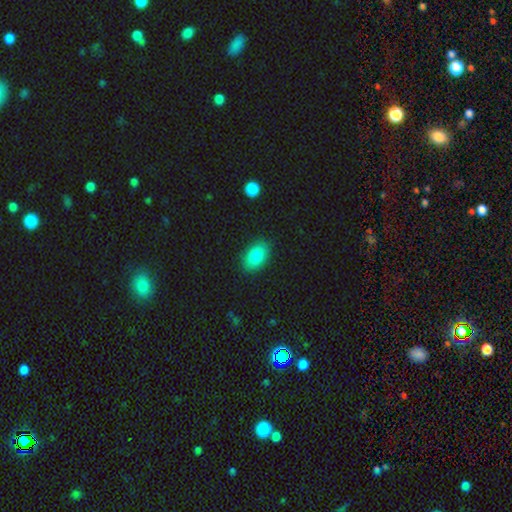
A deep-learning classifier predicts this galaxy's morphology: Smooth or featured? smooth (85%)
How rounded? in between (89%)
Merging? none (86%)